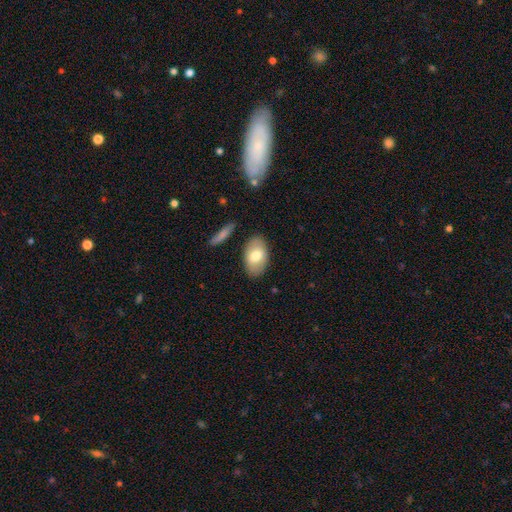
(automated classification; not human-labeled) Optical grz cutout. It shows a smooth galaxy with no disk features (71%) that is in between round and cigar-shaped (92%). Merging: none (86%).